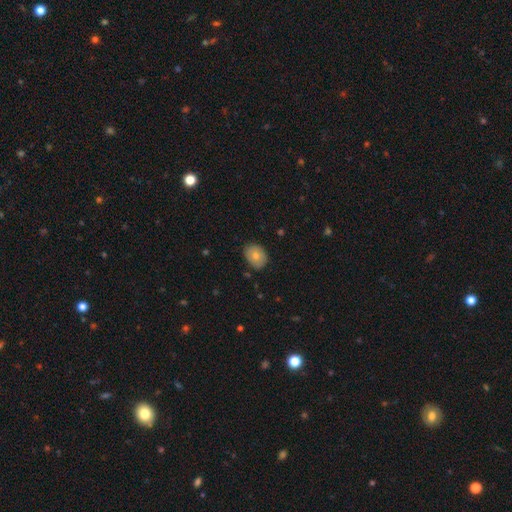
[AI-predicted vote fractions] The model was most divided on "how rounded": in between: 64%, round: 35%, cigar-shaped: 1%. More confident: merging — none (82%); smooth or featured — smooth (72%).